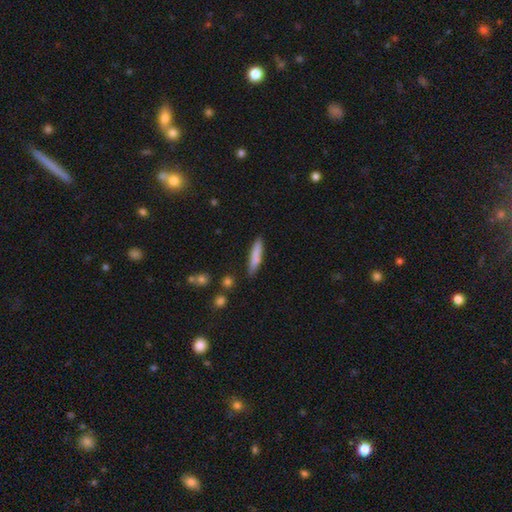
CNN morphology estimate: Overall: smooth (77%). How rounded: cigar-shaped (87%). Merging: none (82%).